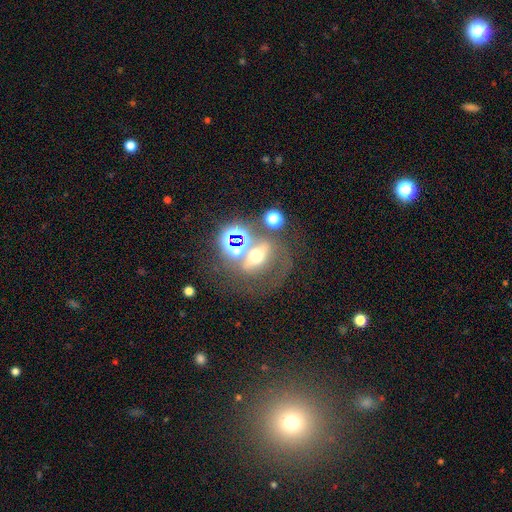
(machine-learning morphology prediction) Overall: featured or disk (41%; smooth 31%). Merging: none (45%; merger 25%).